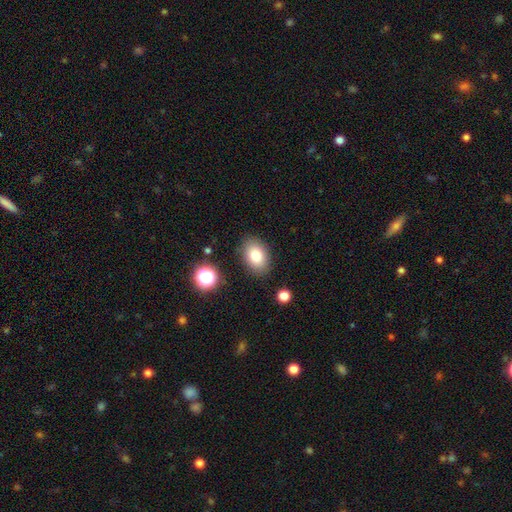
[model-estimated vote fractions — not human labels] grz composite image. It shows a smooth galaxy with no disk features (80%) that is in between round and cigar-shaped (82%). Merging: none (85%).